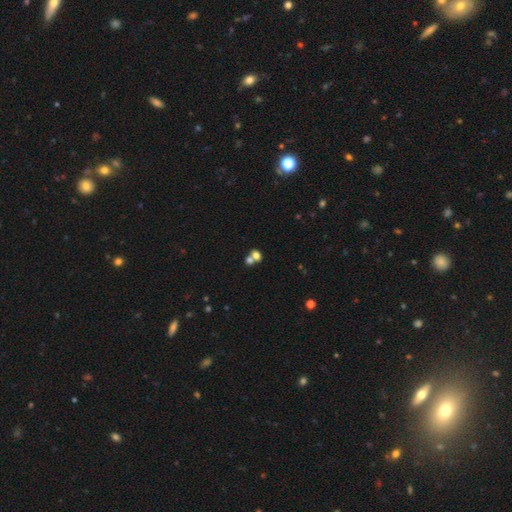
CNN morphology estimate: Smooth or featured? smooth (70%)
How rounded? in between (53%)
Merging? merger (52%)